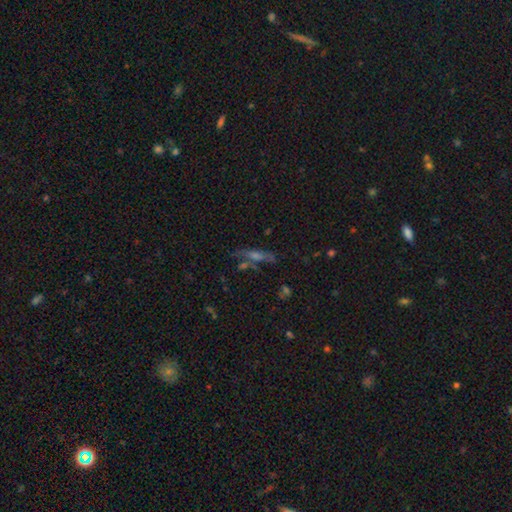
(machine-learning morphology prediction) This appears to be a featured or disk galaxy (49%). Merging: none (66%).